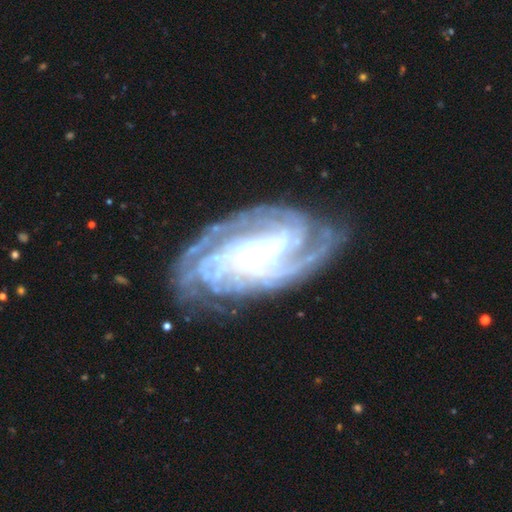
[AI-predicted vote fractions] Smooth or featured? Predicted: featured or disk (p=0.90). Edge-on disk? Predicted: no (p=0.95). Bar? Predicted: no (p=0.65). Spiral arms? Predicted: yes (p=0.98). Spiral winding? Predicted: tight (p=0.72). Spiral arm count? Predicted: 4 (p=0.27). Bulge size? Predicted: small (p=0.80). Merging? Predicted: none (p=0.75).